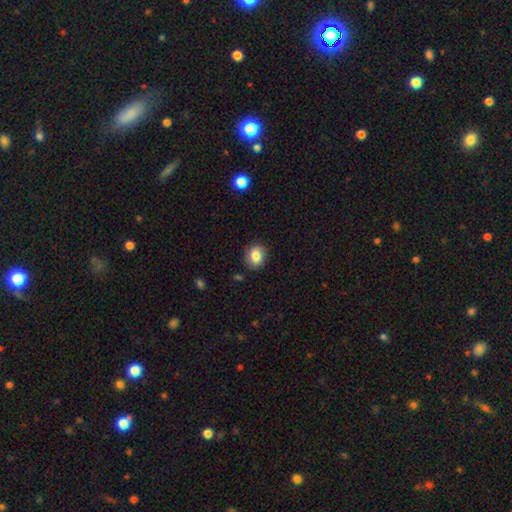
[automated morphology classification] smooth_or_featured: smooth (p=0.82) [alt: featured or disk p=0.09]
how_rounded: round (p=0.55) [alt: in between p=0.44]
merging: none (p=0.85) [alt: minor disturbance p=0.11]